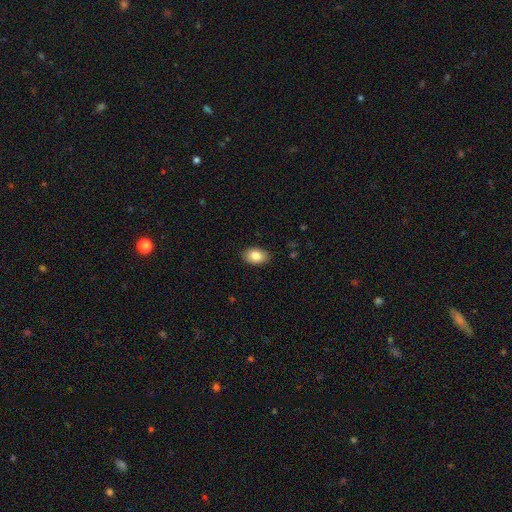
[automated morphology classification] This appears to be a smooth galaxy with no disk features (85%) that is in between round and cigar-shaped (87%). Merging: none (88%).